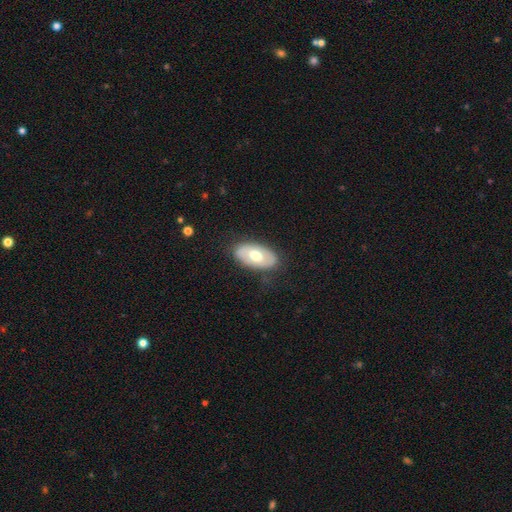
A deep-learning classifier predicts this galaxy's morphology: A smooth galaxy with no disk features (53%) that is in between round and cigar-shaped (93%).

Vote fractions:
- Smooth or featured? smooth: 53% / featured or disk: 41% / star or artifact: 5%
- How rounded? in between: 93% / round: 5% / cigar-shaped: 2%
- Merging? none: 81% / minor disturbance: 14% / major disturbance: 4% / merger: 1%